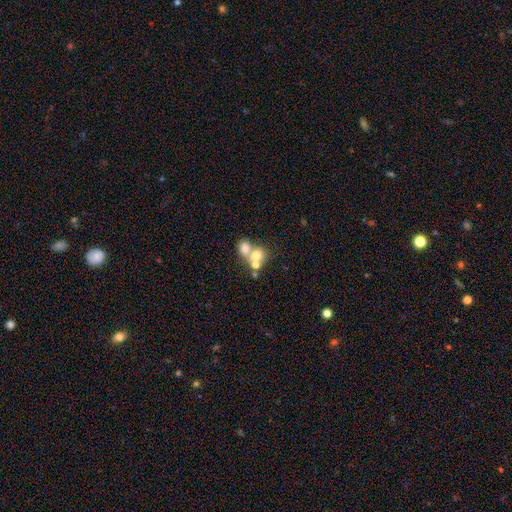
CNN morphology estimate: A smooth galaxy with no disk features (66%) that is round (57%). Merging: merger (61%).